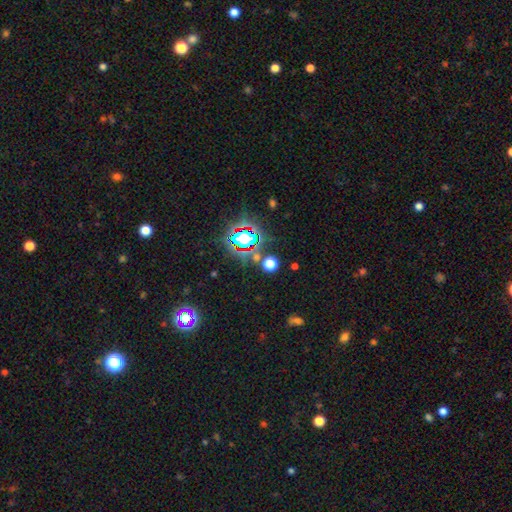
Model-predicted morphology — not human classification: Q: Smooth or featured?
A: star or artifact (73%); runner-up: smooth (19%)